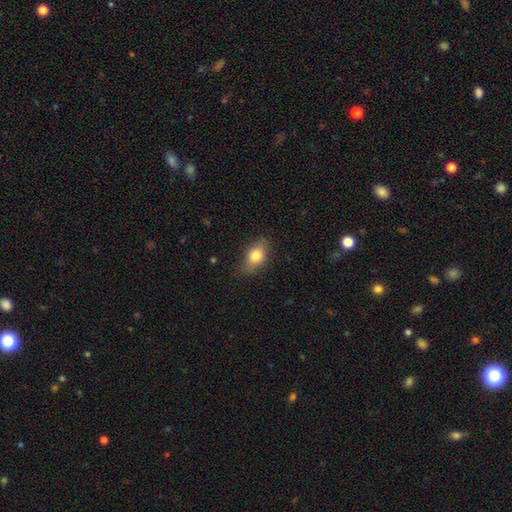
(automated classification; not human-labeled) smooth_or_featured: smooth (p=0.78) [alt: featured or disk p=0.14]
how_rounded: in between (p=0.79) [alt: round p=0.17]
merging: none (p=0.75) [alt: minor disturbance p=0.20]